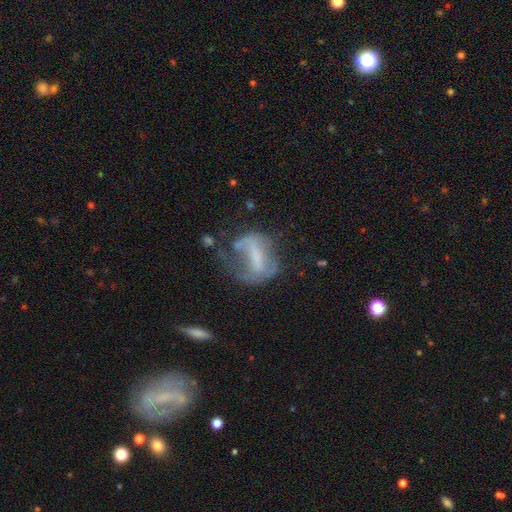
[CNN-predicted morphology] This appears to be a featured or disk galaxy (58%) with a strong bar (37%), no spiral arms (56%) and no central bulge (51%). Merging: major disturbance (41%).